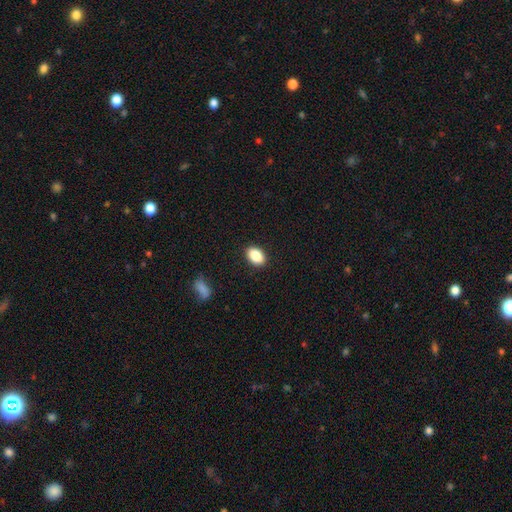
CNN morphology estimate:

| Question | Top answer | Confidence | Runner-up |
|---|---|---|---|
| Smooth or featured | smooth | 87% | star or artifact (8%) |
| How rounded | in between | 85% | round (13%) |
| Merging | none | 89% | minor disturbance (8%) |